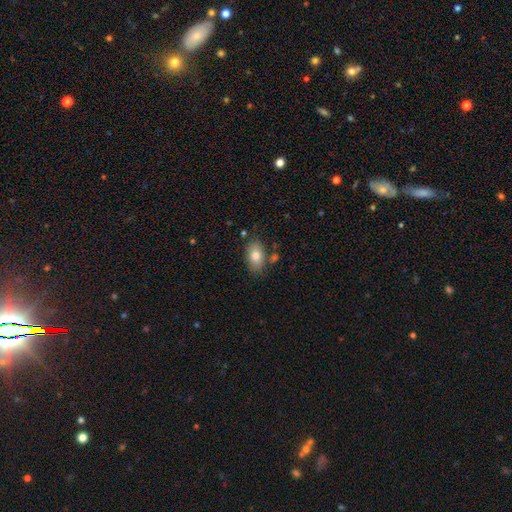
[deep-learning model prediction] This is likely a smooth galaxy (78%). How rounded: clearly in between (88%). Merging: likely none (77%).